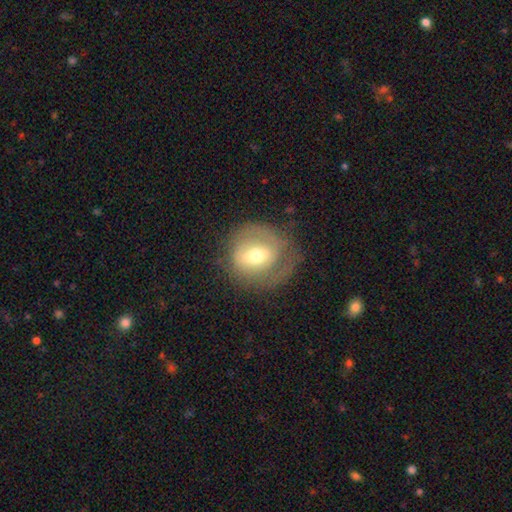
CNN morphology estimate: This is possibly a featured or disk galaxy (50%). Merging: likely none (63%).